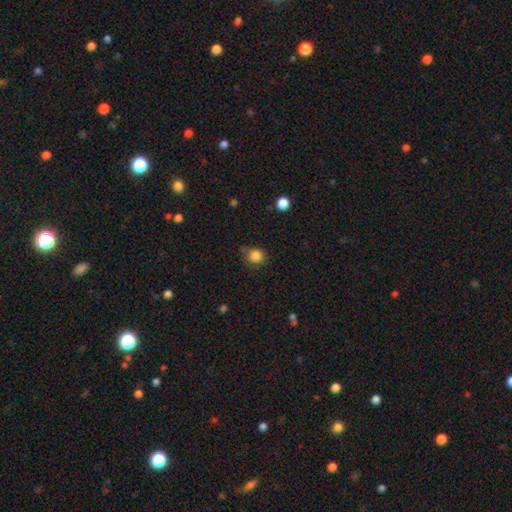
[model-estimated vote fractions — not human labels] Morphology: type=smooth (84%); roundness=round (85%); merging=none (72%).